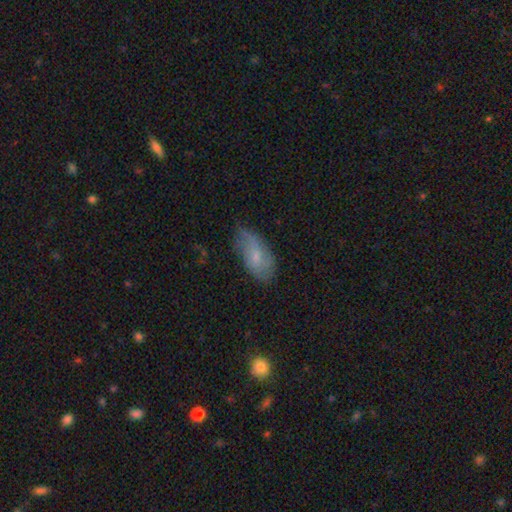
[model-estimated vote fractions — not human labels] This is possibly a smooth galaxy (57%). How rounded: clearly in between (90%). Merging: possibly none (59%).